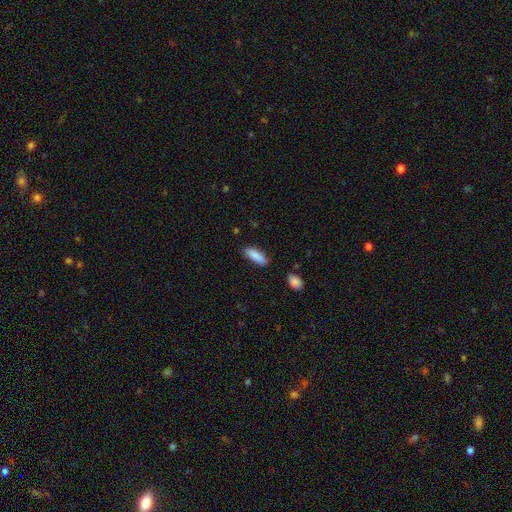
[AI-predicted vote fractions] The model was most divided on "how rounded": in between: 55%, cigar-shaped: 43%, round: 2%. More confident: smooth or featured — smooth (88%); merging — none (83%).